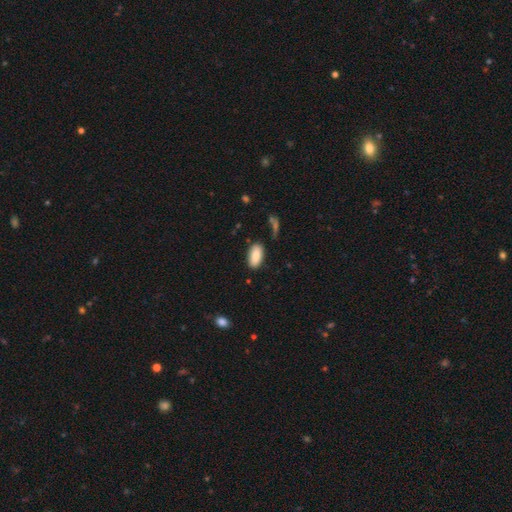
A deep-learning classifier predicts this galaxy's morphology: type=smooth (86%); roundness=in between (93%); merging=none (83%).